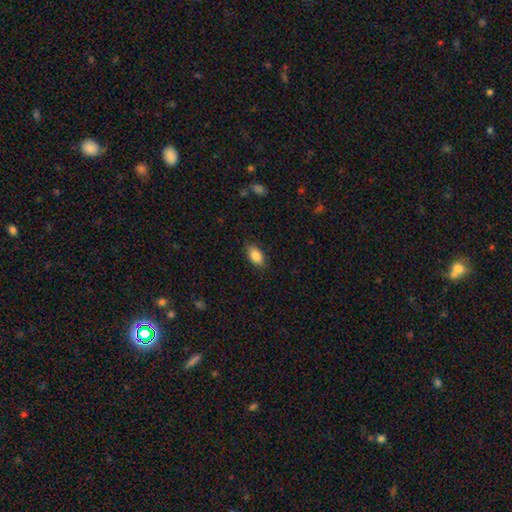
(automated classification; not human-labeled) Smooth or featured: smooth — 87% (star or artifact — 8%)
How rounded: in between — 90% (round — 6%)
Merging: none — 83% (minor disturbance — 13%)